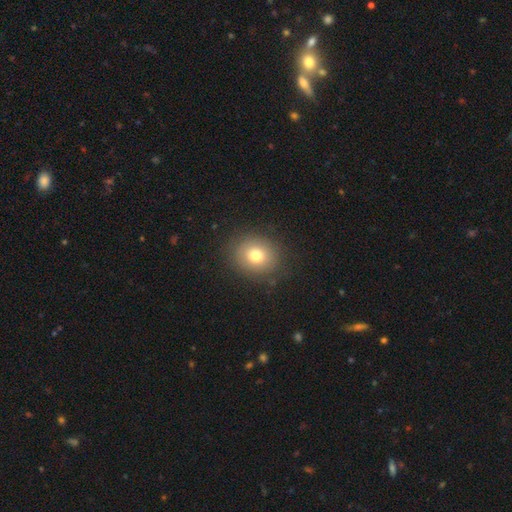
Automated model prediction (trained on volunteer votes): Q: Smooth or featured?
A: smooth (74%); runner-up: featured or disk (14%)
Q: How rounded?
A: round (72%); runner-up: in between (28%)
Q: Merging?
A: none (86%); runner-up: minor disturbance (9%)